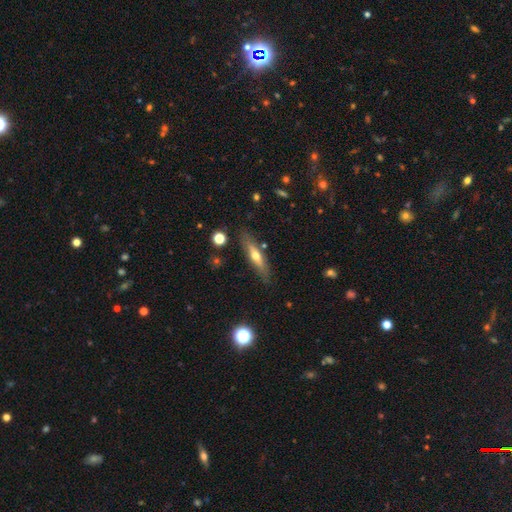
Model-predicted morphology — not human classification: Smooth or featured? Predicted: featured or disk (p=0.52). Edge-on disk? Predicted: yes (p=0.84). Merging? Predicted: none (p=0.83).